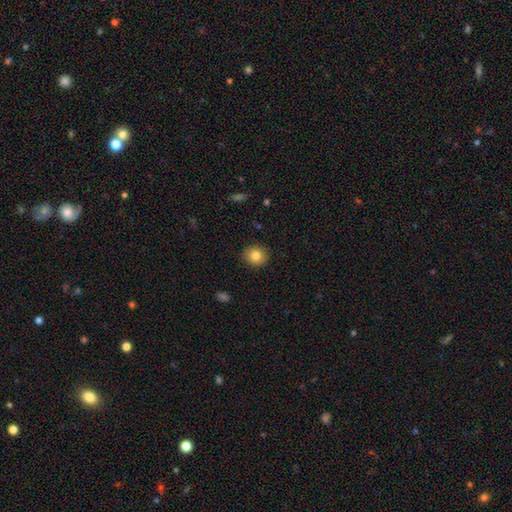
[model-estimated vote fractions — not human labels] Smooth or featured? smooth (82%)
How rounded? round (88%)
Merging? none (91%)